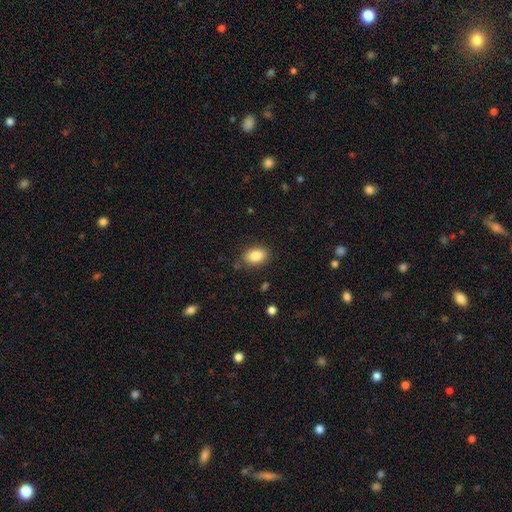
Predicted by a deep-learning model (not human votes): This is clearly a smooth galaxy (86%). How rounded: clearly in between (87%). Merging: clearly none (83%).